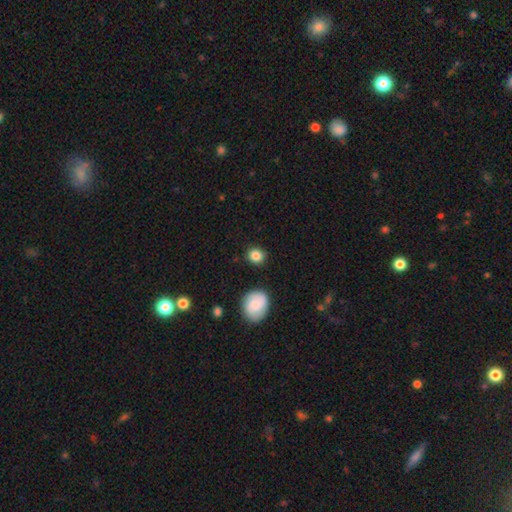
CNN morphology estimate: smooth_or_featured: smooth (p=0.85) [alt: star or artifact p=0.09]
how_rounded: round (p=0.81) [alt: in between p=0.17]
merging: none (p=0.86) [alt: minor disturbance p=0.09]